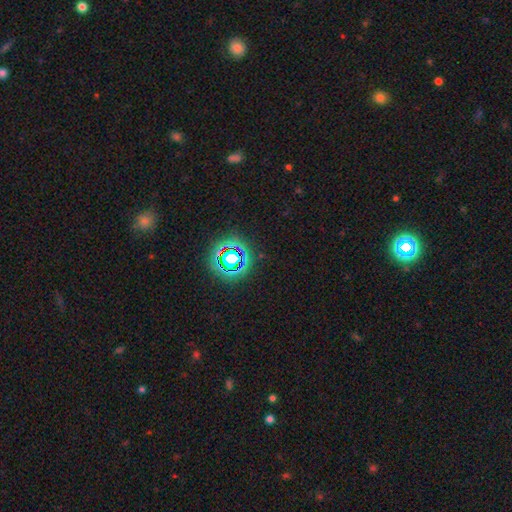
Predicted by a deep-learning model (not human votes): A star or artifact, not a galaxy (77%).

Vote fractions:
- Smooth or featured? star or artifact: 77% / smooth: 16% / featured or disk: 8%